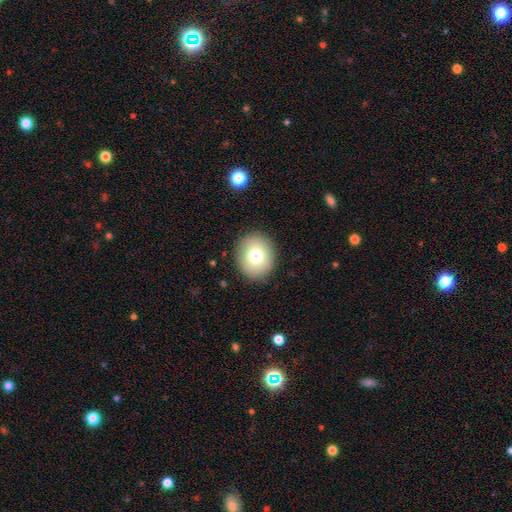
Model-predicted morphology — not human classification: type=smooth (78%); roundness=round (65%); merging=none (89%).